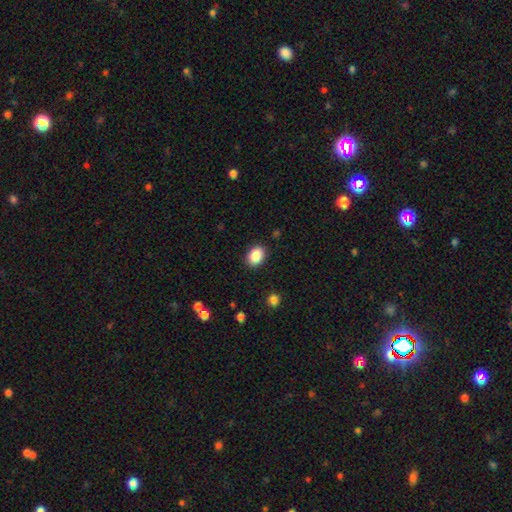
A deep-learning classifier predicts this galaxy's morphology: The model was most divided on "how rounded": in between: 69%, round: 30%, cigar-shaped: 1%. More confident: merging — none (89%); smooth or featured — smooth (87%).